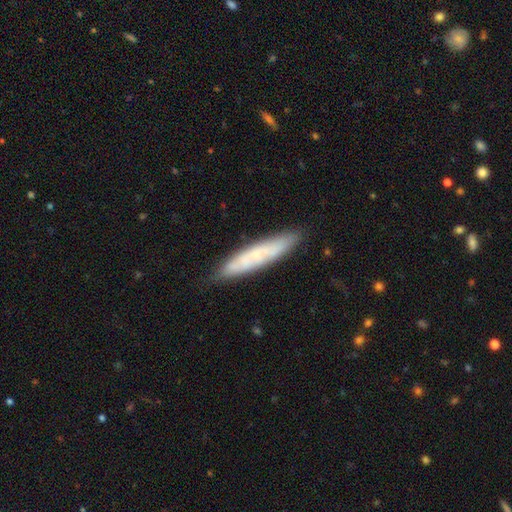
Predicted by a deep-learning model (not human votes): smooth 47%, featured or disk 45%, star or artifact 7%. Down the decision tree: merging — none (82%).